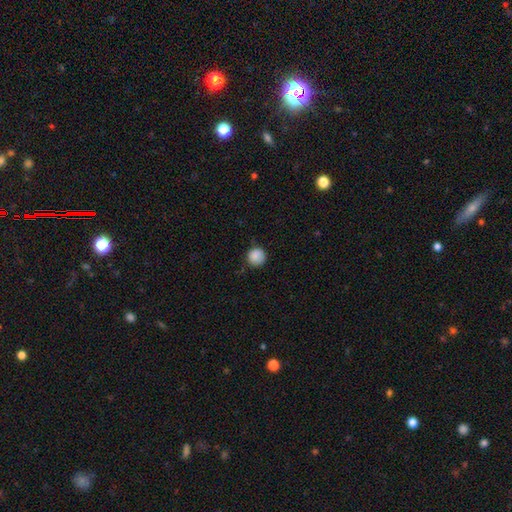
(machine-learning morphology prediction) This appears to be a smooth galaxy with no disk features (87%) that is round (93%). Merging: none (76%).